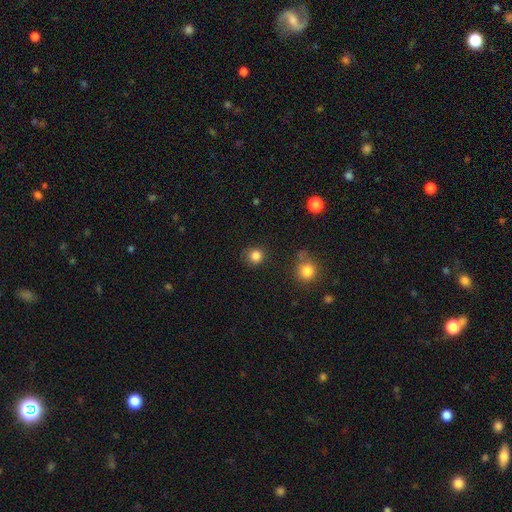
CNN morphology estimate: A smooth galaxy with no disk features (85%) that is round (91%).

Vote fractions:
- Smooth or featured? smooth: 85% / star or artifact: 12% / featured or disk: 4%
- How rounded? round: 91% / in between: 8% / cigar-shaped: 1%
- Merging? none: 81% / minor disturbance: 12% / major disturbance: 4% / merger: 2%